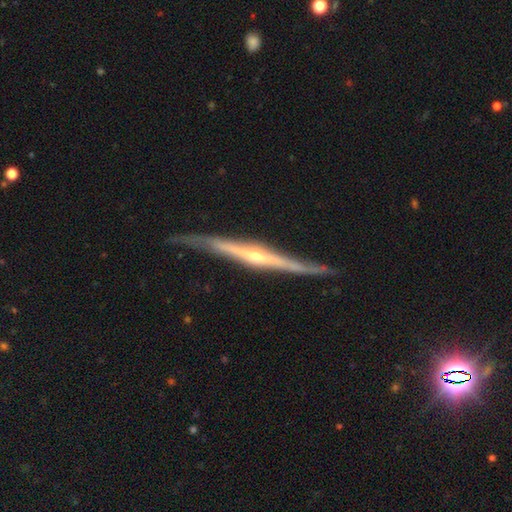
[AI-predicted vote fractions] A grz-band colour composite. It shows a featured or disk galaxy (85%) viewed edge-on (96%) with a rounded central bulge (73%). Merging: none (81%).